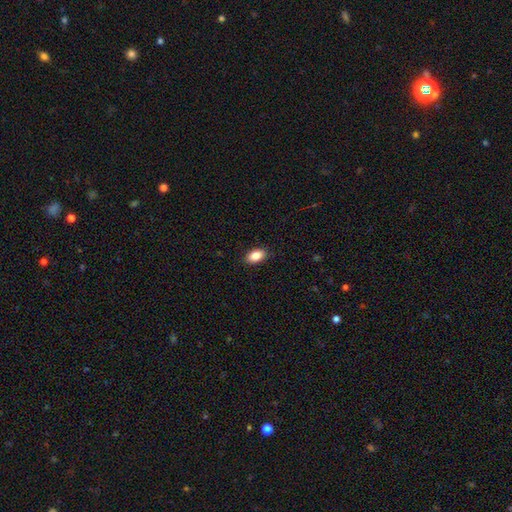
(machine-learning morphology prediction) The model was most divided on "smooth or featured": smooth: 86%, star or artifact: 8%, featured or disk: 6%. More confident: how rounded — in between (91%); merging — none (89%).